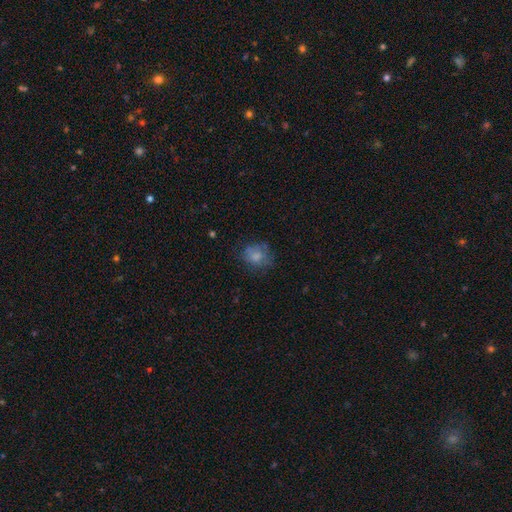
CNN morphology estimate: This appears to be a smooth galaxy with no disk features (72%) that is round (63%). Merging: none (59%).